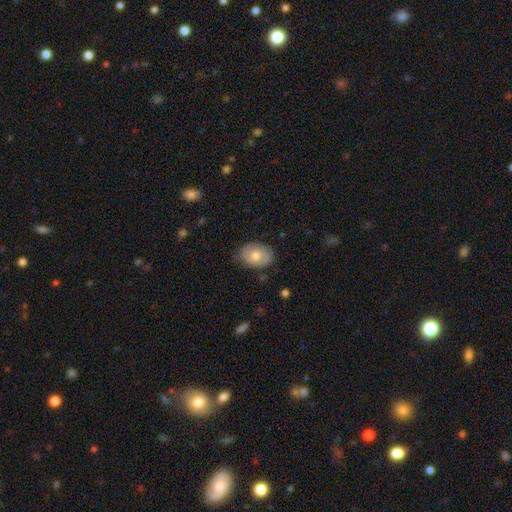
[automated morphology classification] Smooth or featured?
  - smooth: 68% *
  - featured or disk: 25%
  - star or artifact: 7%
How rounded?
  - in between: 78% *
  - round: 22%
  - cigar-shaped: 1%
Merging?
  - none: 79% *
  - minor disturbance: 17%
  - major disturbance: 3%
  - merger: 1%